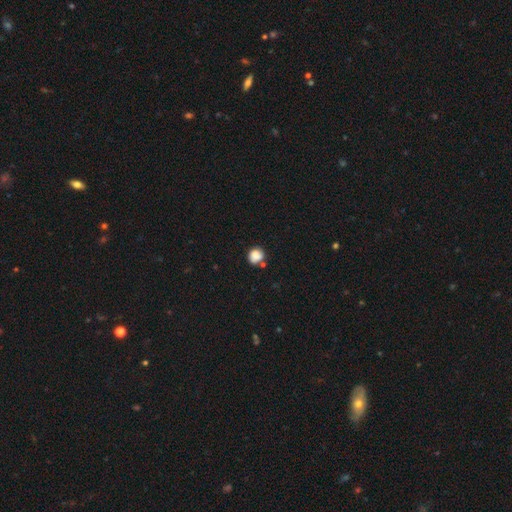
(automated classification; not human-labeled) Smooth or featured? Predicted: smooth (p=0.85). How rounded? Predicted: round (p=0.84). Merging? Predicted: none (p=0.65).